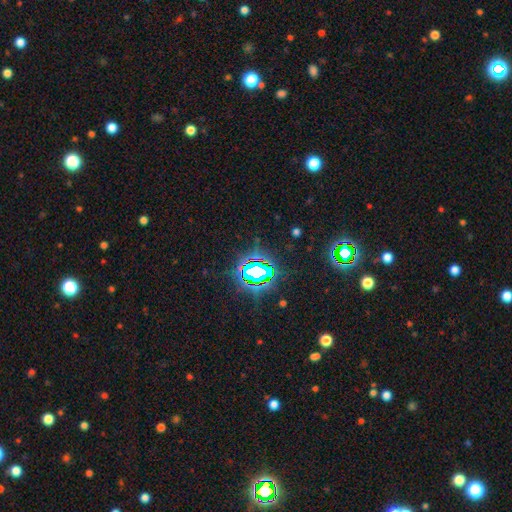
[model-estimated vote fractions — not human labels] A star or artifact, not a galaxy (82%).